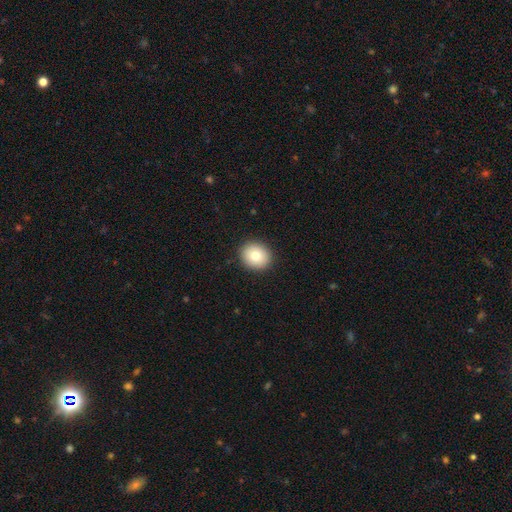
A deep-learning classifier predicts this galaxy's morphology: smooth_or_featured: smooth (p=0.79) [alt: featured or disk p=0.11]
how_rounded: round (p=0.78) [alt: in between p=0.22]
merging: none (p=0.91) [alt: minor disturbance p=0.06]